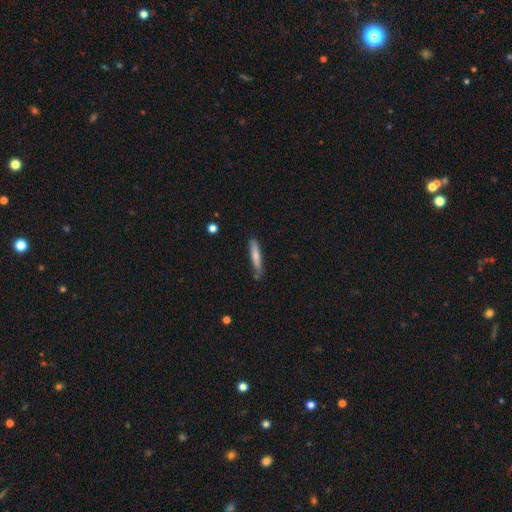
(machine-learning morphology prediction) smooth 70%, featured or disk 24%, star or artifact 6%. Down the decision tree: how rounded — cigar-shaped (91%); merging — none (78%).